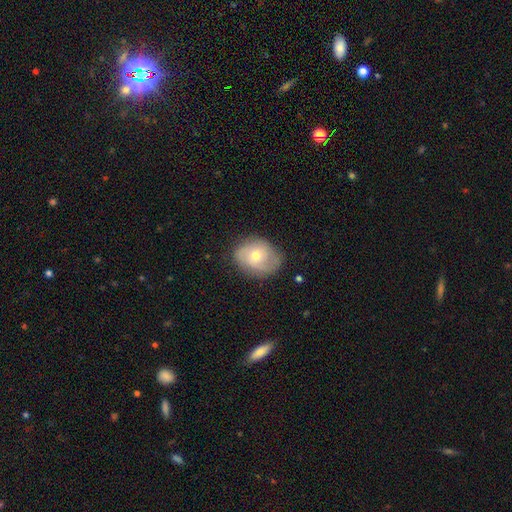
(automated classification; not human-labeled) Morphology: type=featured or disk (47%); merging=none (72%).